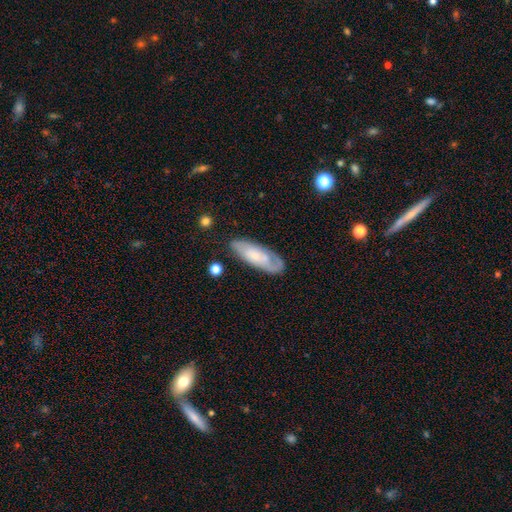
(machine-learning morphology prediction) smooth_or_featured: featured or disk (p=0.52) [alt: smooth p=0.42]
disk_edge_on: no (p=0.84) [alt: yes p=0.16]
merging: none (p=0.72) [alt: minor disturbance p=0.19]